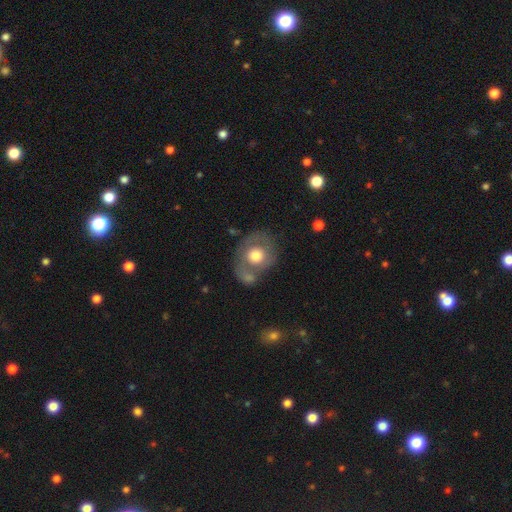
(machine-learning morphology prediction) A smooth galaxy with no disk features (52%) that is round (70%). Merging: none (53%).